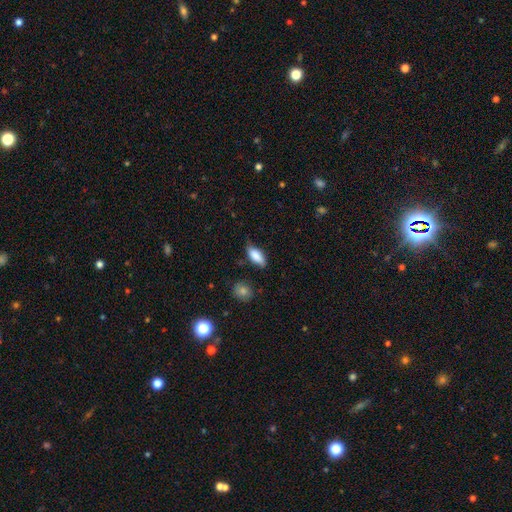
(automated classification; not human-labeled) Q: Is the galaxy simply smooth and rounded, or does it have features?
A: smooth — 82%.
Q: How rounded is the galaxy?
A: in between — 82%.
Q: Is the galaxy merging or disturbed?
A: none — 61%.